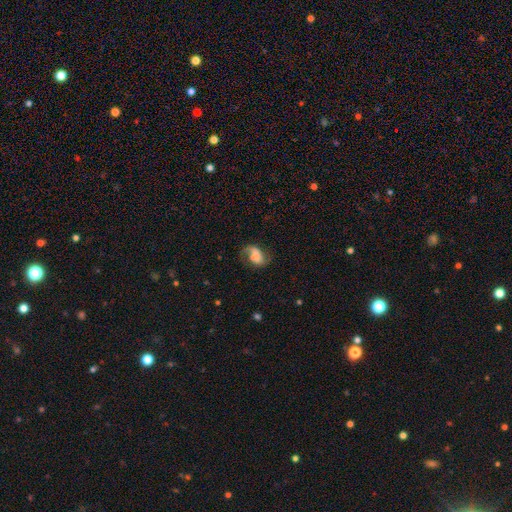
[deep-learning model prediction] Smooth or featured? Predicted: featured or disk (p=0.58). Edge-on disk? Predicted: no (p=0.97). Bar? Predicted: no (p=0.54). Spiral arms? Predicted: yes (p=0.87). Bulge size? Predicted: none (p=0.38). Merging? Predicted: none (p=0.48).